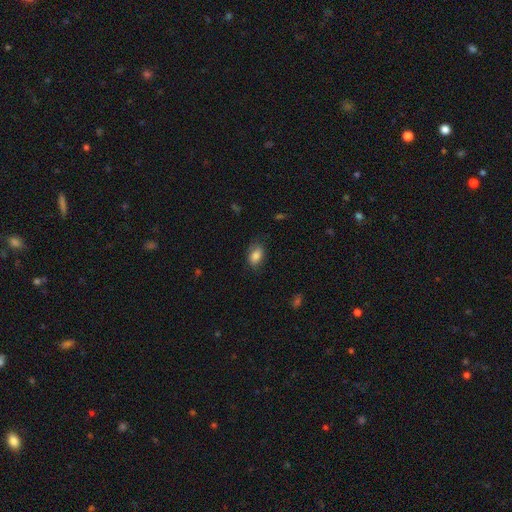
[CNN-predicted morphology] Smooth or featured? Predicted: smooth (p=0.83). How rounded? Predicted: in between (p=0.88). Merging? Predicted: none (p=0.73).